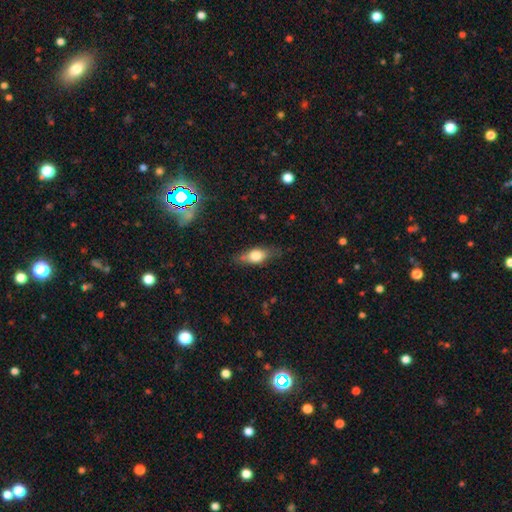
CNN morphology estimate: smooth_or_featured: smooth (p=0.64) [alt: featured or disk p=0.29]
how_rounded: in between (p=0.71) [alt: cigar-shaped p=0.23]
merging: none (p=0.74) [alt: minor disturbance p=0.20]